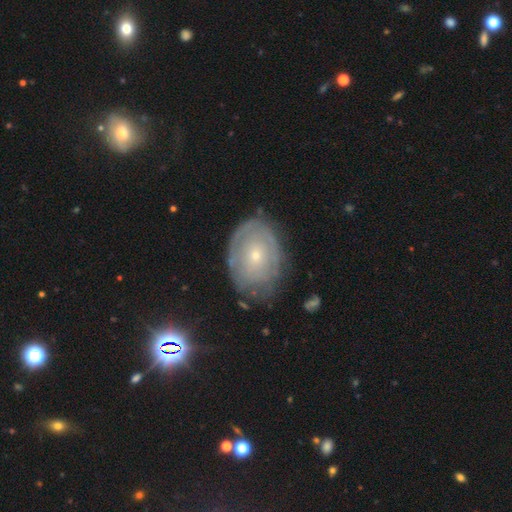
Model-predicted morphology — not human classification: Overall: featured or disk (60%; smooth 33%). Edge-on disk: no (95%). Bar: no (84%). Spiral arms: yes (55%; no 45%). Bulge size: small (75%). Merging: none (68%).